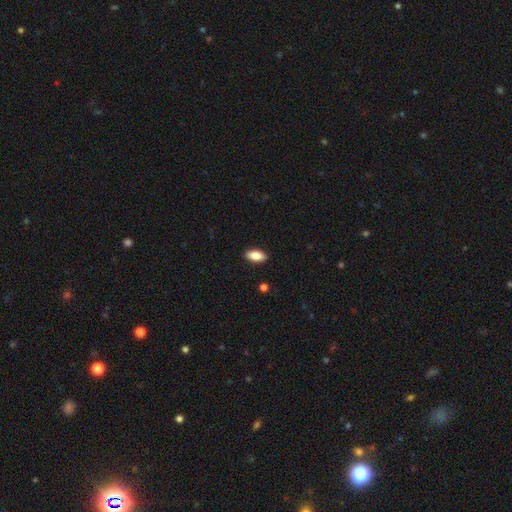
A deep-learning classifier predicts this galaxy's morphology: type=smooth (83%); roundness=in between (89%); merging=none (90%).